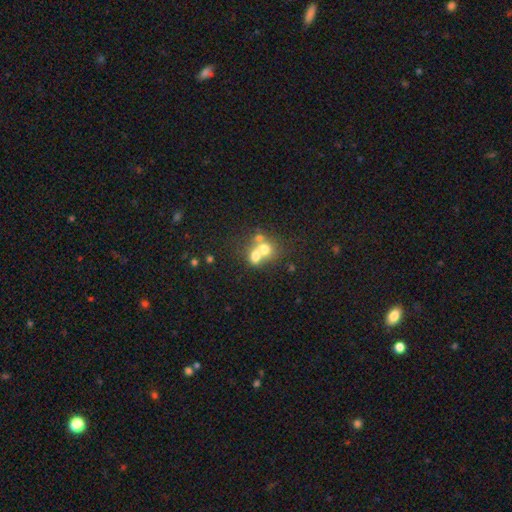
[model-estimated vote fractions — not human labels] smooth-or-featured: smooth: 64% | featured or disk: 24% | star or artifact: 13%
  how-rounded: round: 68% | in between: 31% | cigar-shaped: 1%
  merging: merger: 66% | none: 24% | minor disturbance: 6% | major disturbance: 4%